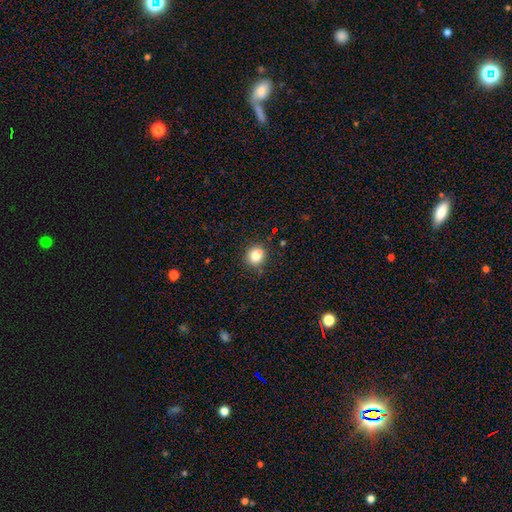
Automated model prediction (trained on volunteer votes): The model was most divided on "how rounded": round: 77%, in between: 22%, cigar-shaped: 1%. More confident: smooth or featured — smooth (82%); merging — none (80%).